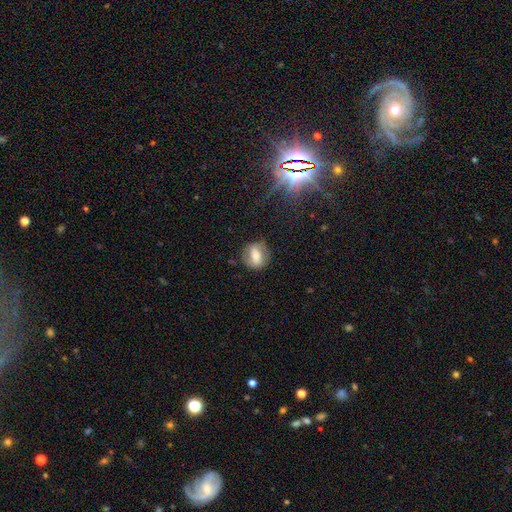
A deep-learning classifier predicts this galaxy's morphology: Smooth or featured? smooth (54%)
How rounded? round (56%)
Merging? none (77%)